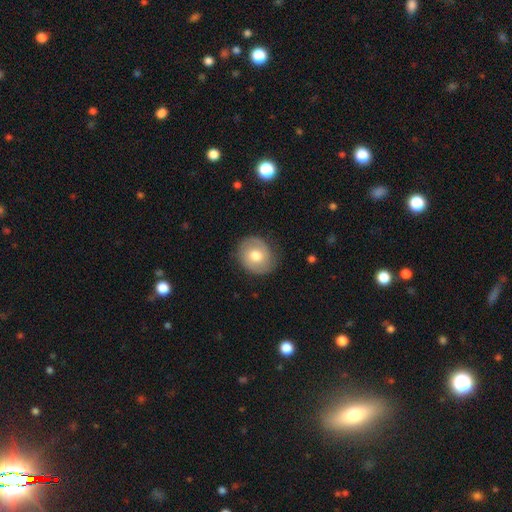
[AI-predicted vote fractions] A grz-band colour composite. It shows a smooth galaxy with no disk features (51%) that is round (75%). Merging: none (81%).